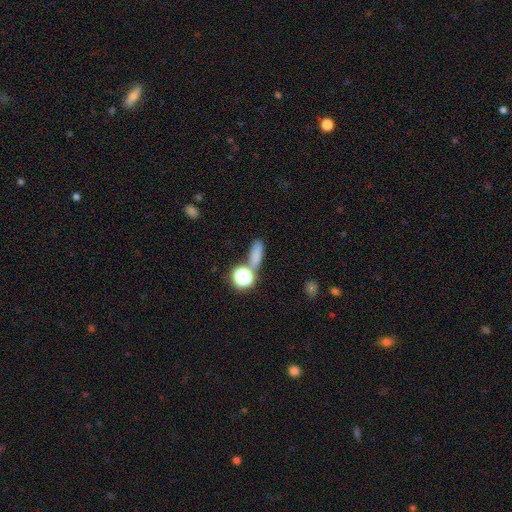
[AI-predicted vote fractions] This is likely a smooth galaxy (72%). How rounded: possibly in between (48%). Merging: likely none (65%).